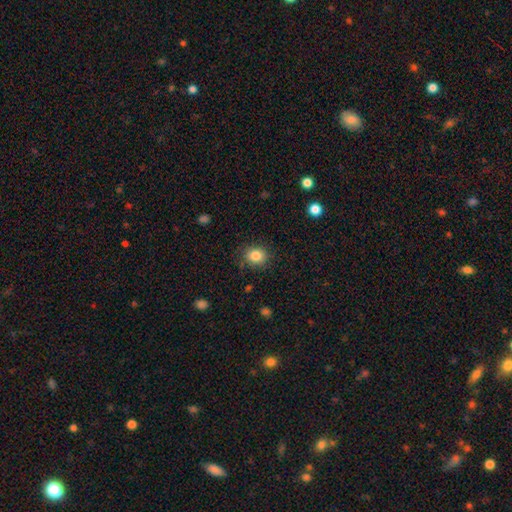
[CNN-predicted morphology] smooth 85%, star or artifact 10%, featured or disk 5%. Down the decision tree: how rounded — round (73%); merging — none (85%).